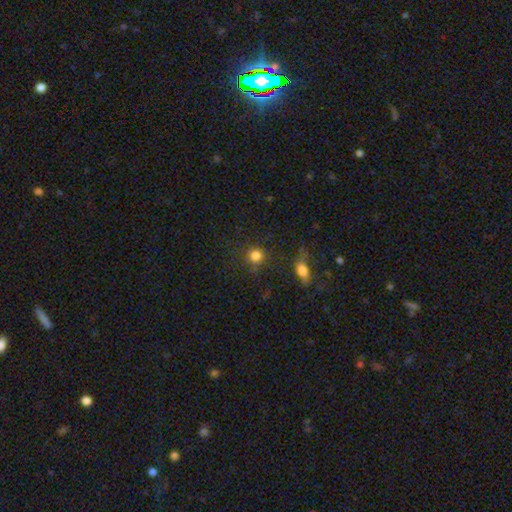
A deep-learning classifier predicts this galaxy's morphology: Q: Smooth or featured?
A: smooth (80%); runner-up: star or artifact (14%)
Q: How rounded?
A: round (90%); runner-up: in between (9%)
Q: Merging?
A: none (78%); runner-up: minor disturbance (12%)